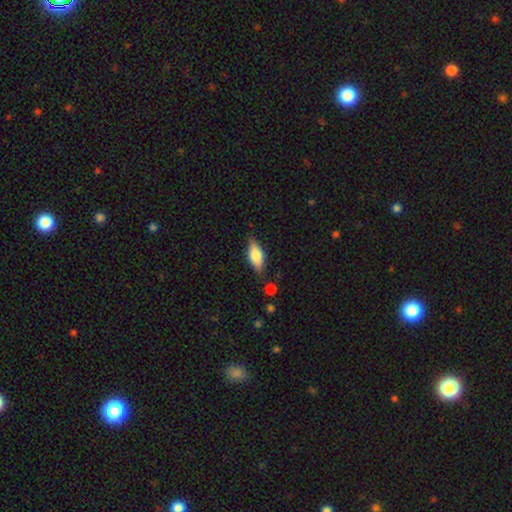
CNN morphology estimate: smooth_or_featured: smooth (p=0.65) [alt: featured or disk p=0.28]
how_rounded: in between (p=0.76) [alt: cigar-shaped p=0.20]
merging: none (p=0.79) [alt: minor disturbance p=0.15]